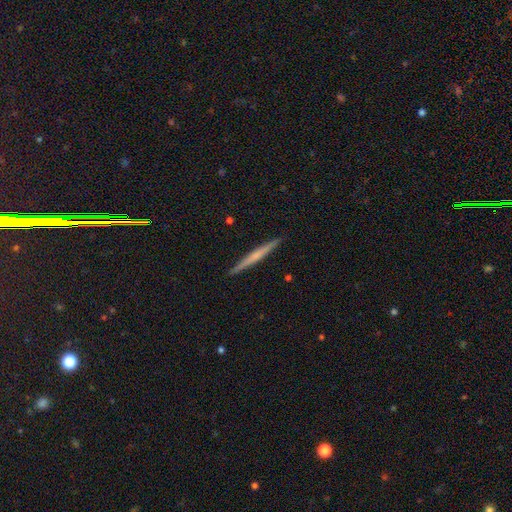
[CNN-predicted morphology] The model was most divided on "smooth or featured": featured or disk: 56%, smooth: 39%, star or artifact: 5%. More confident: edge-on disk — yes (98%); merging — none (93%); edge-on bulge — none (61%).